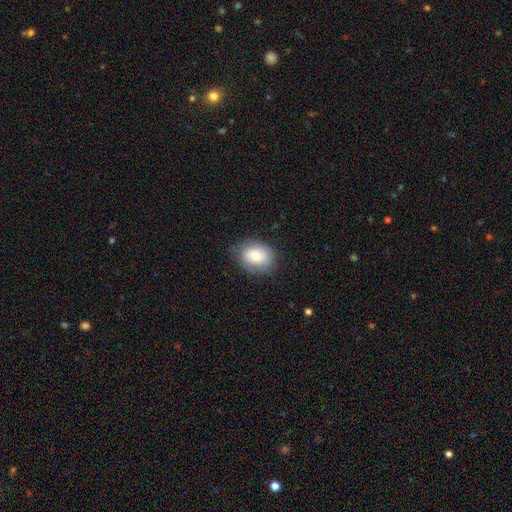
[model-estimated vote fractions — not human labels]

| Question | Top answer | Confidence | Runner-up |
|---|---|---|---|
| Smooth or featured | smooth | 76% | featured or disk (17%) |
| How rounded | in between | 67% | round (32%) |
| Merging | none | 75% | minor disturbance (19%) |